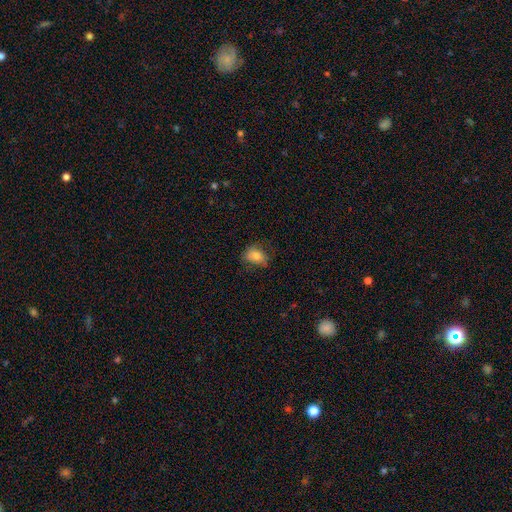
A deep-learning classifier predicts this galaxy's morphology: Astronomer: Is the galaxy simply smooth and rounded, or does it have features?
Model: smooth — 76%.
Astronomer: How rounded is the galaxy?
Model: in between — 68%.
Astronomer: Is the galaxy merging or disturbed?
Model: none — 64%.